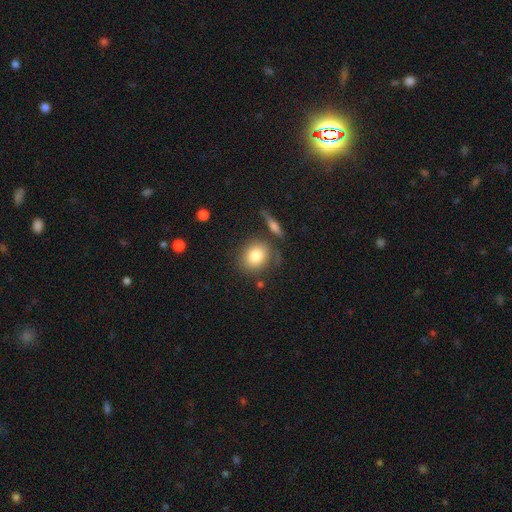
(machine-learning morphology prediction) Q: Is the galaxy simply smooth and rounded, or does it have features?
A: smooth — 82%.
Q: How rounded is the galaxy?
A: round — 64%.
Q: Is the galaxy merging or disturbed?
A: none — 73%.